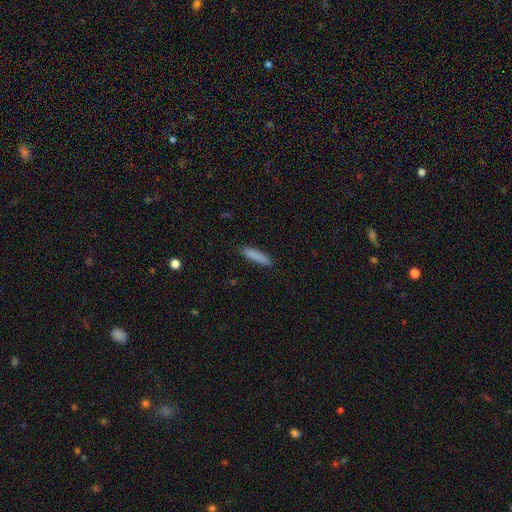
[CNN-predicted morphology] The model was most divided on "how rounded": cigar-shaped: 83%, in between: 16%, round: 1%. More confident: merging — none (87%); smooth or featured — smooth (86%).